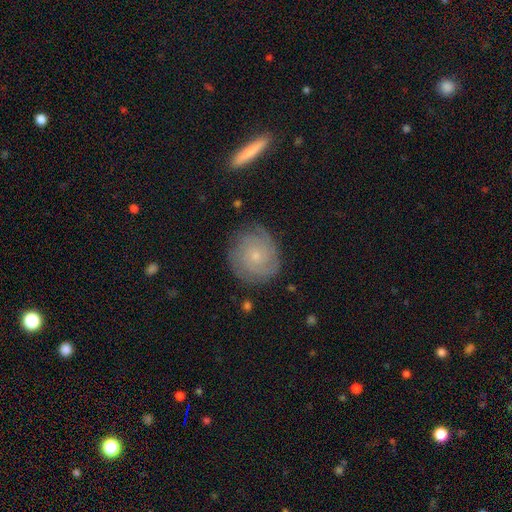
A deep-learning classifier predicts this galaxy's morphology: type=featured or disk (73%); edge-on=no (97%); bar=no (81%); spiral arms=yes (94%); winding=tight (76%); arm count=can't tell (34%); bulge=small (79%); merging=none (81%).